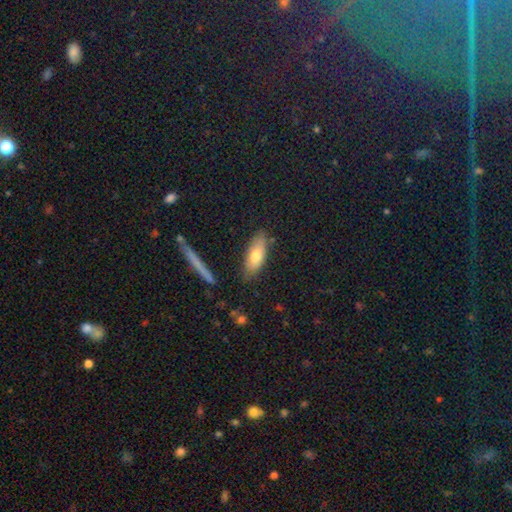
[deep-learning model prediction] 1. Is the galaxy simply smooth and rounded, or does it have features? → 72% smooth, 21% featured or disk, 7% star or artifact.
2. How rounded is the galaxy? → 70% in between, 28% cigar-shaped, 3% round.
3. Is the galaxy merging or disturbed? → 79% none, 15% minor disturbance, 3% merger, 3% major disturbance.